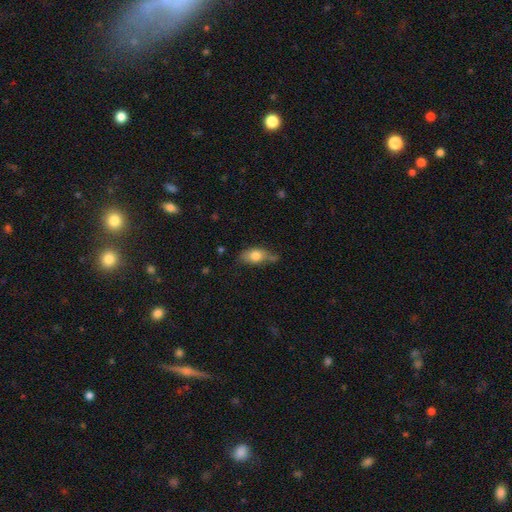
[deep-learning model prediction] A smooth galaxy with no disk features (76%) that is in between round and cigar-shaped (83%). Merging: none (53%).